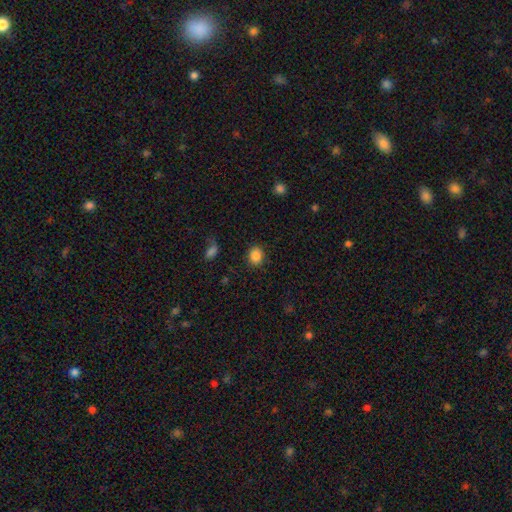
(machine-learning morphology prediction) This appears to be a smooth galaxy with no disk features (86%) that is round (60%). Merging: none (86%).